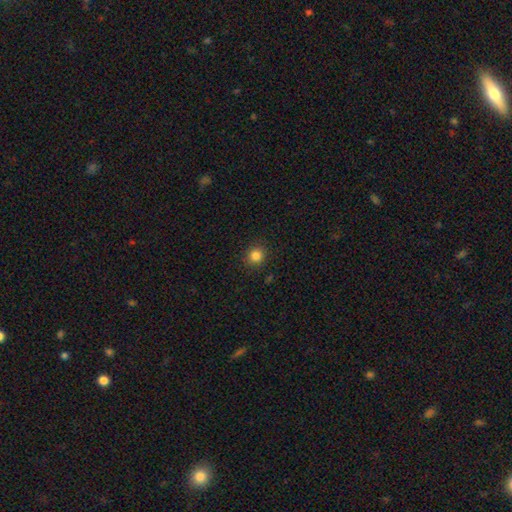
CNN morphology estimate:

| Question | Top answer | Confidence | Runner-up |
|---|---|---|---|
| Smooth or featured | smooth | 84% | star or artifact (12%) |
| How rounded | round | 89% | in between (10%) |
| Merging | none | 90% | minor disturbance (7%) |